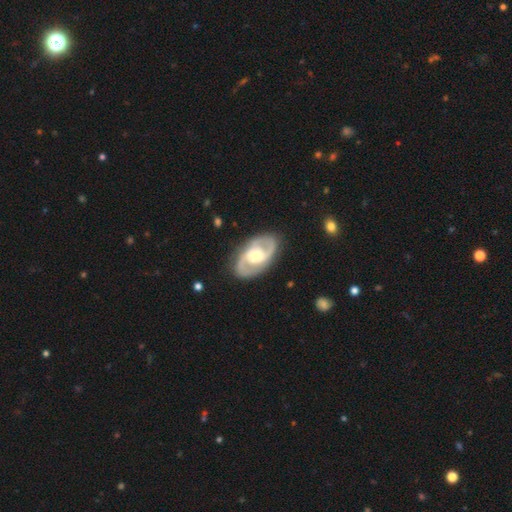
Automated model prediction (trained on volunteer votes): This is clearly a featured or disk galaxy (85%). It is clearly not viewed edge-on (96%). Bar: marginally weak (43%). Spiral arm pattern: clearly yes (92%). Spiral arm count: clearly 2 (92%). Spiral winding: possibly medium (55%). Central bulge: likely moderate (60%). Merging: clearly none (85%).